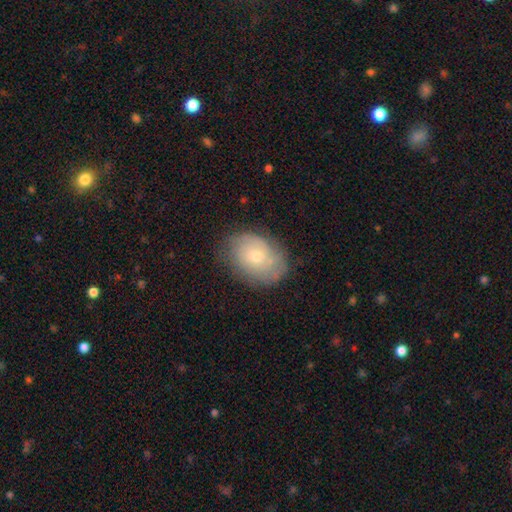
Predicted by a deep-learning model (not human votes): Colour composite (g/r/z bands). It shows a smooth galaxy with no disk features (49%). Merging: none (73%).